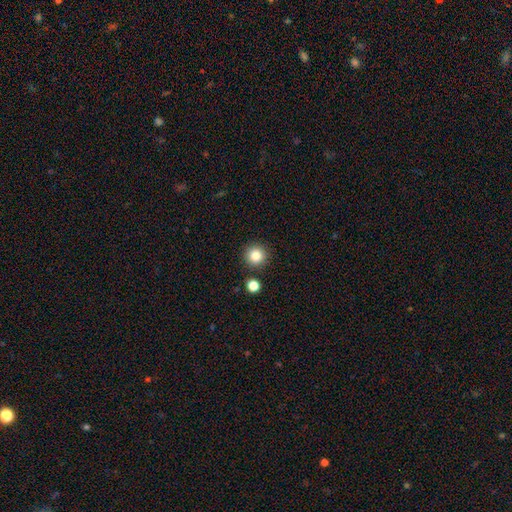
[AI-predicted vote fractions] This is clearly a smooth galaxy (83%). How rounded: clearly round (95%). Merging: clearly none (89%).